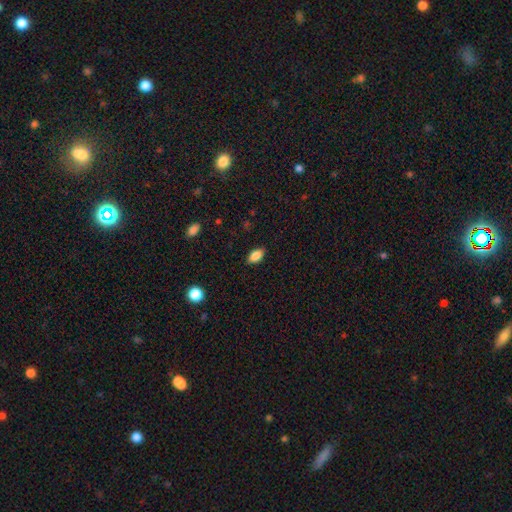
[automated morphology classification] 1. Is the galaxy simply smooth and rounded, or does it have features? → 85% smooth, 8% star or artifact, 7% featured or disk.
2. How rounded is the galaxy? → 90% in between, 6% round, 4% cigar-shaped.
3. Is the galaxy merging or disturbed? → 87% none, 10% minor disturbance, 2% major disturbance, 1% merger.